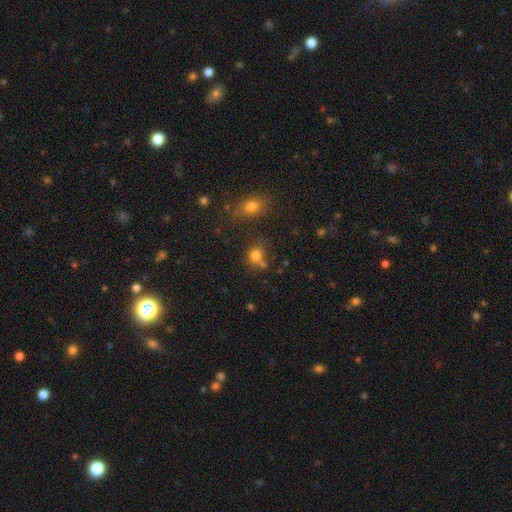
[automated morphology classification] A smooth galaxy with no disk features (76%) that is round (68%).

Vote fractions:
- Smooth or featured? smooth: 76% / star or artifact: 15% / featured or disk: 9%
- How rounded? round: 68% / in between: 31% / cigar-shaped: 1%
- Merging? none: 55% / merger: 22% / minor disturbance: 16% / major disturbance: 7%